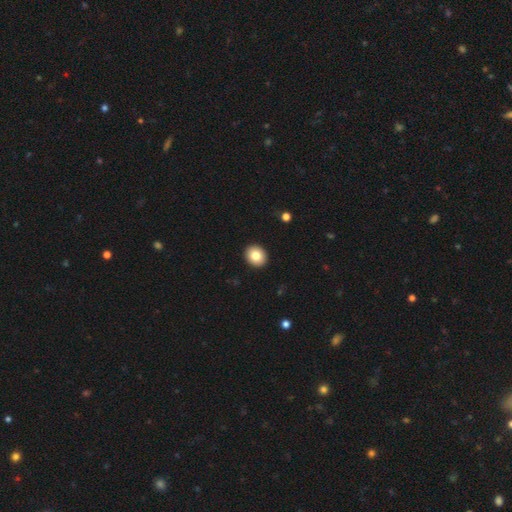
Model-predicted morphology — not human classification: Overall: smooth (82%). How rounded: round (68%; in between 31%). Merging: none (92%).